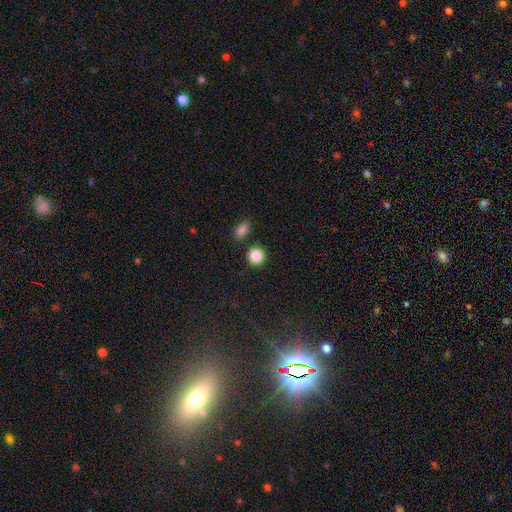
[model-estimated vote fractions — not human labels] Morphology: type=smooth (87%); roundness=round (90%); merging=none (83%).